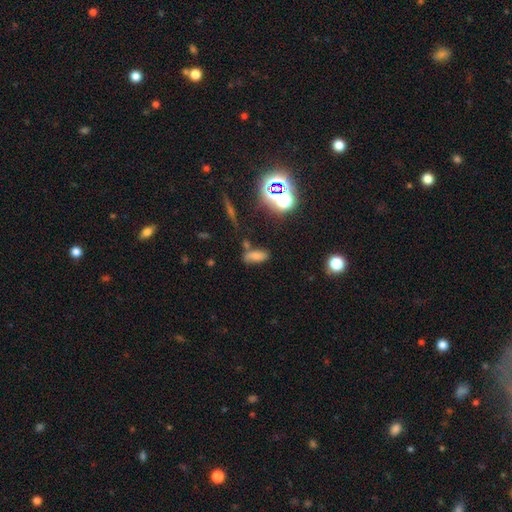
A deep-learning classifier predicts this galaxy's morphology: smooth 66%, star or artifact 20%, featured or disk 14%. Down the decision tree: how rounded — in between (79%); merging — none (63%).